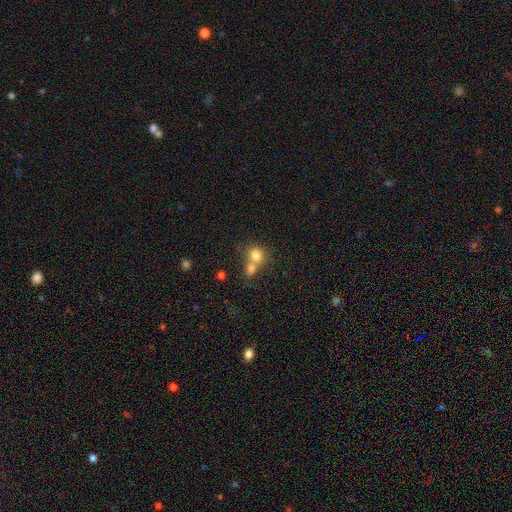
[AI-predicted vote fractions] Smooth or featured? Predicted: smooth (p=0.78). How rounded? Predicted: round (p=0.77). Merging? Predicted: merger (p=0.58).